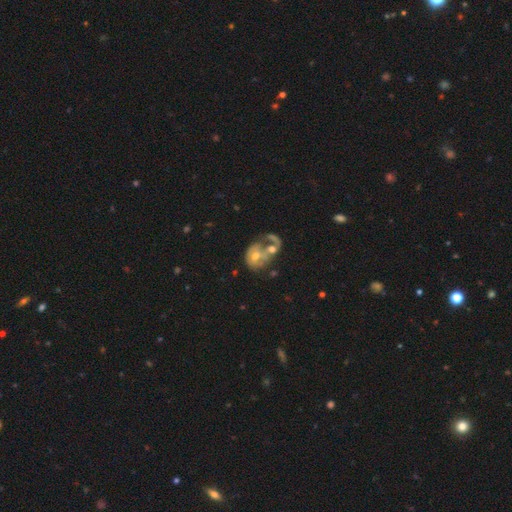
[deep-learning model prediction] The model was most divided on "spiral arms": no: 53%, yes: 47%. More confident: edge-on disk — no (97%); bar — no (75%); merging — merger (66%); bulge size — moderate (64%); smooth or featured — featured or disk (57%).